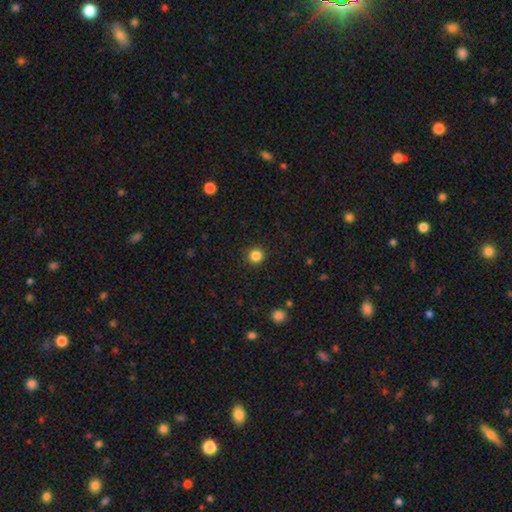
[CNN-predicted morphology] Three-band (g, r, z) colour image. It shows a smooth galaxy with no disk features (84%) that is round (94%). Merging: none (92%).